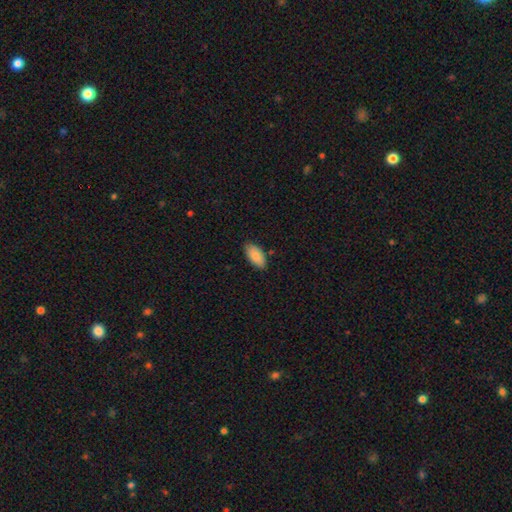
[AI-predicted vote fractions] This appears to be a smooth galaxy with no disk features (87%) that is in between round and cigar-shaped (94%). Merging: none (84%).